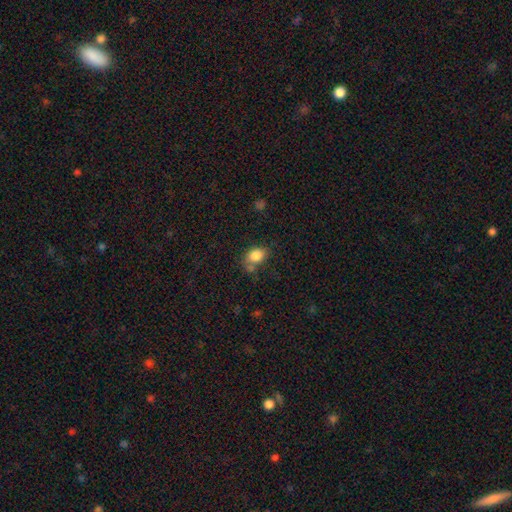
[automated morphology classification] A smooth galaxy with no disk features (84%) that is in between round and cigar-shaped (73%).

Vote fractions:
- Smooth or featured? smooth: 84% / star or artifact: 9% / featured or disk: 7%
- How rounded? in between: 73% / round: 26% / cigar-shaped: 1%
- Merging? none: 57% / minor disturbance: 22% / merger: 14% / major disturbance: 7%